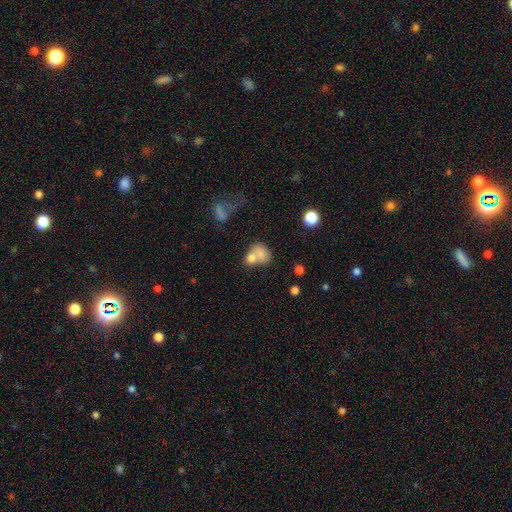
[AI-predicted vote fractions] Overall: smooth (75%). How rounded: in between (57%; round 42%). Merging: merger (62%; none 23%).